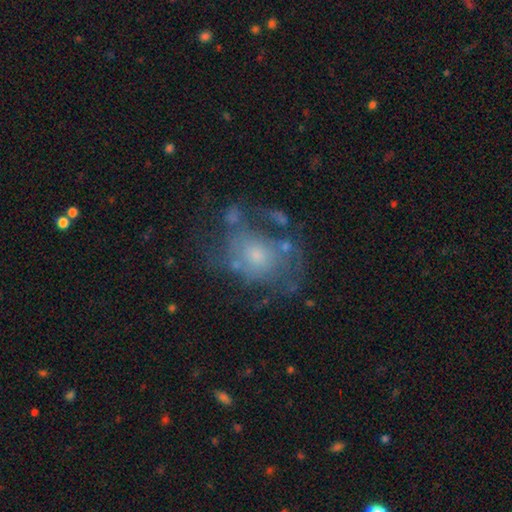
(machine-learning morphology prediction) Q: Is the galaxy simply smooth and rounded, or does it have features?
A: featured or disk — 63%.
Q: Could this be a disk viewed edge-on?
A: no — 97%.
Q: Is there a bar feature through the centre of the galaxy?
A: no — 80%.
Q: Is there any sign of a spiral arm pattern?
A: yes — 65%.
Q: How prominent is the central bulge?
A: small — 51%.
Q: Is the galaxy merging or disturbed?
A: none — 45%.